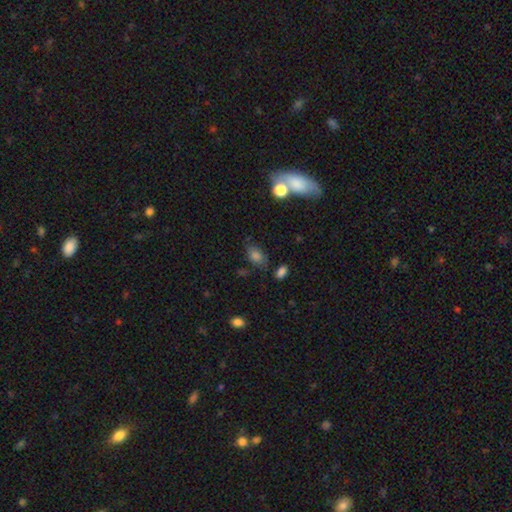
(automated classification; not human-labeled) This appears to be a smooth galaxy with no disk features (74%) that is in between round and cigar-shaped (83%). Merging: none (66%).